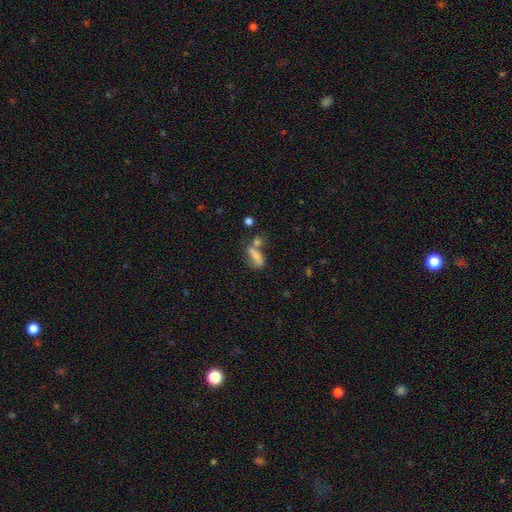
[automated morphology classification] This appears to be a smooth galaxy with no disk features (69%) that is in between round and cigar-shaped (63%). Merging: merger (36%).